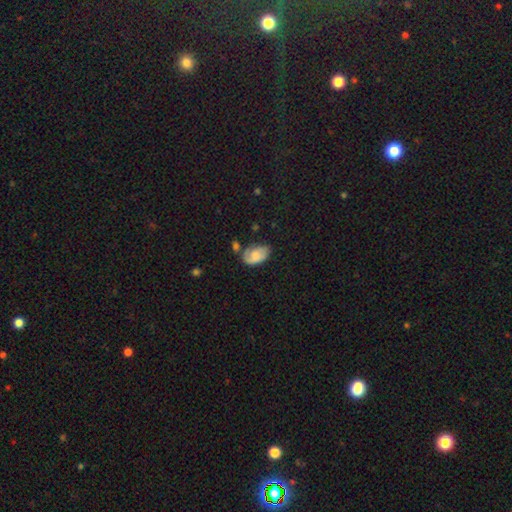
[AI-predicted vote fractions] The model was most divided on "merging": none: 47%, minor disturbance: 31%, major disturbance: 13%, merger: 9%. More confident: how rounded — in between (89%); smooth or featured — smooth (54%).